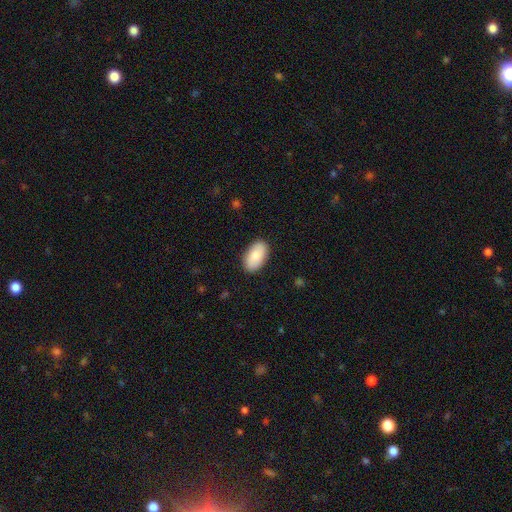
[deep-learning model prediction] Smooth or featured?
  - smooth: 82% *
  - featured or disk: 12%
  - star or artifact: 6%
How rounded?
  - in between: 95% *
  - round: 3%
  - cigar-shaped: 2%
Merging?
  - none: 87% *
  - minor disturbance: 10%
  - major disturbance: 2%
  - merger: 1%